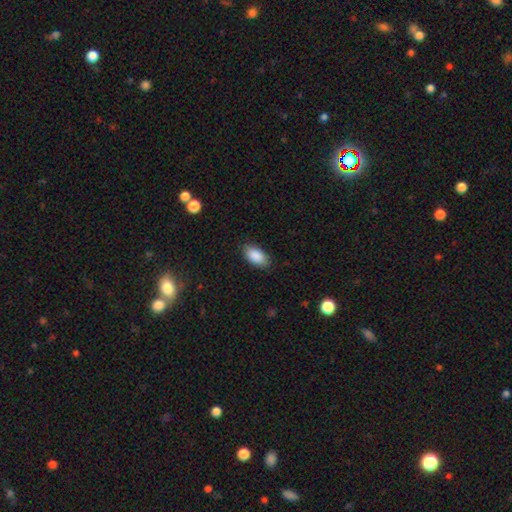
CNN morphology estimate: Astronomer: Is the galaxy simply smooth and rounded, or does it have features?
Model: smooth — 89%.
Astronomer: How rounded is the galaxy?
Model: in between — 94%.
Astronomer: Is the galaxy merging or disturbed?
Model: none — 85%.